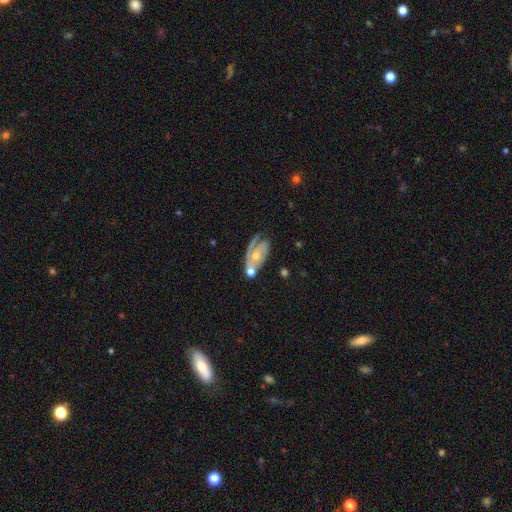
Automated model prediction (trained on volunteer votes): smooth-or-featured: featured or disk: 69% | smooth: 24% | star or artifact: 7%
  disk-edge-on: no: 94% | yes: 6%
    bar: no: 75% | weak: 21% | strong: 4%
    has-spiral-arms: yes: 83% | no: 17%
      spiral-winding: tight: 54% | medium: 33% | loose: 13%
      spiral-arm-count: 1: 38% | 2: 32% | can't tell: 22% | 3: 5% | 4: 2% | more than 4: 2%
    bulge-size: small: 53% | moderate: 38% | none: 5% | large: 3% | dominant: 1%
  merging: none: 44% | minor disturbance: 21% | merger: 19% | major disturbance: 16%